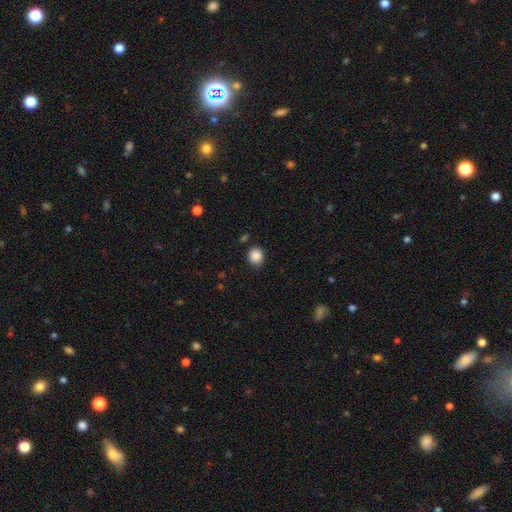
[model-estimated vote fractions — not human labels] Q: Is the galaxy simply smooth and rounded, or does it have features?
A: smooth — 88%.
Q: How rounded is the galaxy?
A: round — 79%.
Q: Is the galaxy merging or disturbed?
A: none — 83%.